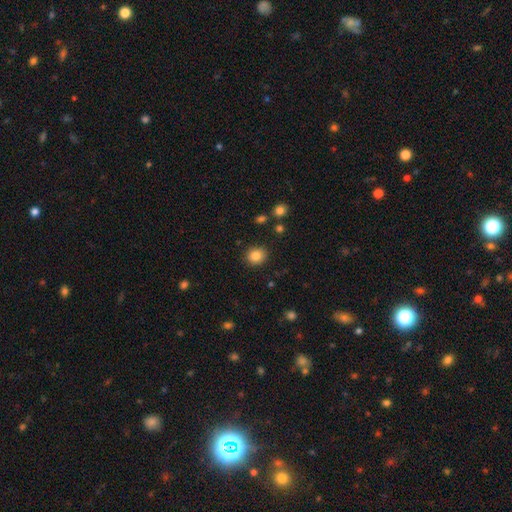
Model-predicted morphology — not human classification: A smooth galaxy with no disk features (85%) that is round (76%).

Vote fractions:
- Smooth or featured? smooth: 85% / star or artifact: 10% / featured or disk: 6%
- How rounded? round: 76% / in between: 23% / cigar-shaped: 1%
- Merging? none: 88% / minor disturbance: 8% / major disturbance: 2% / merger: 2%